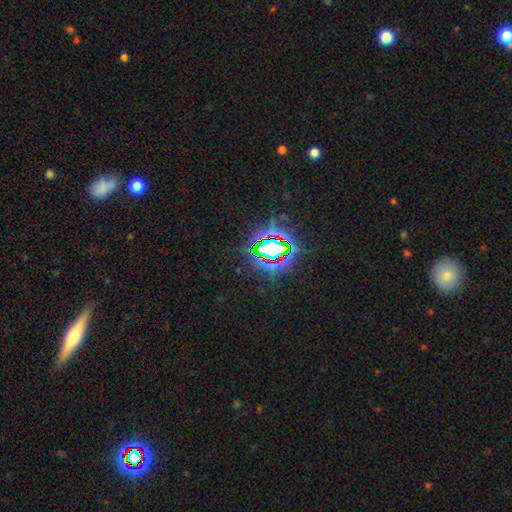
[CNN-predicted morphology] Smooth or featured?
  - star or artifact: 80% *
  - smooth: 11%
  - featured or disk: 9%